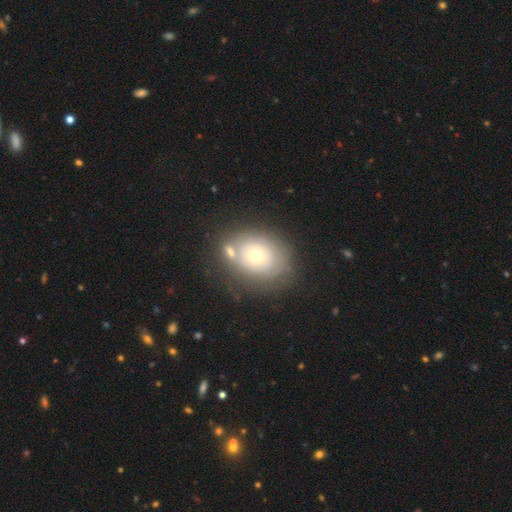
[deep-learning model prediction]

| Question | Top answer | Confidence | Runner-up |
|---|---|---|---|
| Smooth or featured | featured or disk | 46% | smooth (45%) |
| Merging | none | 60% | minor disturbance (17%) |